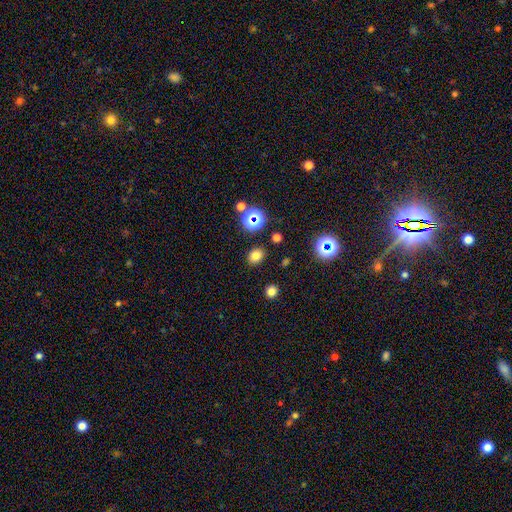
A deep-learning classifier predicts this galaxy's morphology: Q: Smooth or featured?
A: smooth (76%); runner-up: star or artifact (18%)
Q: How rounded?
A: round (51%); runner-up: in between (48%)
Q: Merging?
A: none (87%); runner-up: minor disturbance (8%)